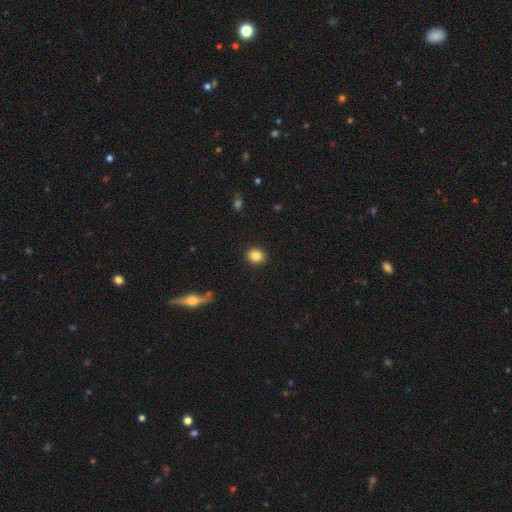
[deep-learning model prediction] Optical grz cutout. It shows a smooth galaxy with no disk features (85%) that is round (78%). Merging: none (91%).